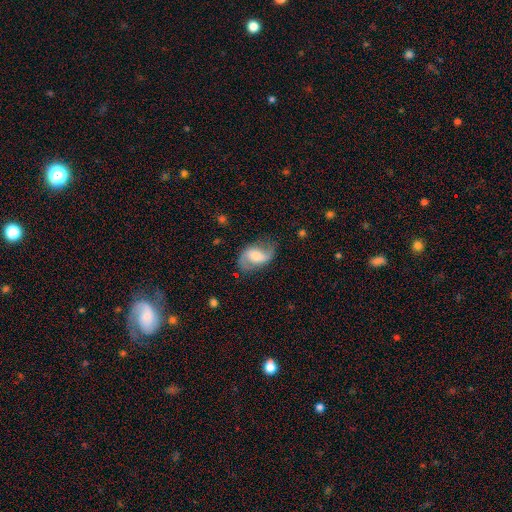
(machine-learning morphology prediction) Q: Smooth or featured?
A: featured or disk (76%); runner-up: smooth (18%)
Q: Edge-on disk?
A: no (97%); runner-up: yes (3%)
Q: Bar?
A: weak (45%); runner-up: no (37%)
Q: Spiral arms?
A: yes (93%); runner-up: no (7%)
Q: Spiral winding?
A: loose (56%); runner-up: medium (35%)
Q: Spiral arm count?
A: 2 (90%); runner-up: can't tell (4%)
Q: Bulge size?
A: moderate (52%); runner-up: small (27%)
Q: Merging?
A: none (72%); runner-up: minor disturbance (18%)